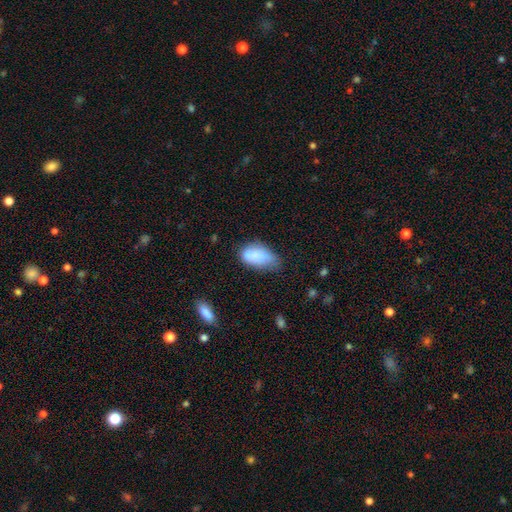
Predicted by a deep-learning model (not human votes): smooth-or-featured: smooth: 79% | featured or disk: 14% | star or artifact: 8%
  how-rounded: in between: 92% | round: 4% | cigar-shaped: 4%
  merging: none: 44% | minor disturbance: 38% | major disturbance: 13% | merger: 5%